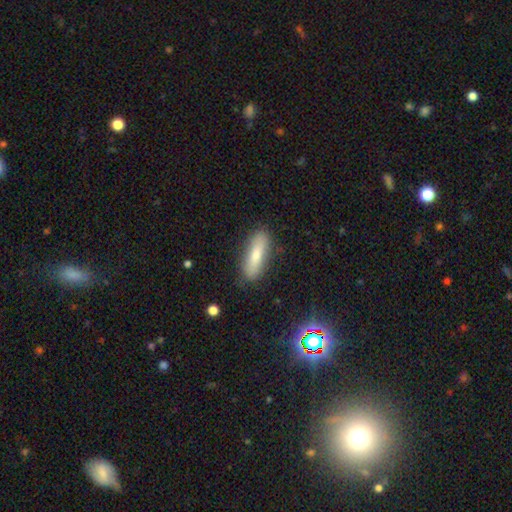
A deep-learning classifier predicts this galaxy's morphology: smooth_or_featured: smooth (p=0.73) [alt: featured or disk p=0.18]
how_rounded: cigar-shaped (p=0.55) [alt: in between p=0.43]
merging: none (p=0.84) [alt: minor disturbance p=0.12]